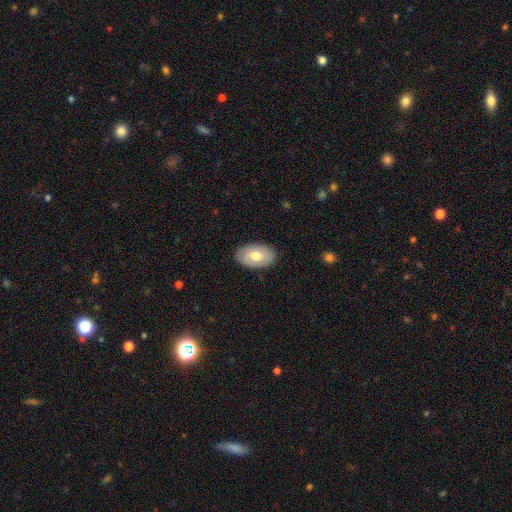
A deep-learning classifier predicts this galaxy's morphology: This appears to be a smooth galaxy with no disk features (72%) that is in between round and cigar-shaped (92%). Merging: none (87%).